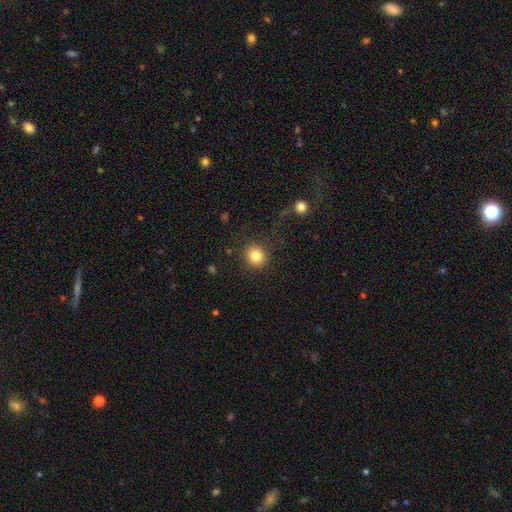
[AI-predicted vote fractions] Q: Smooth or featured?
A: smooth (83%); runner-up: star or artifact (10%)
Q: How rounded?
A: round (85%); runner-up: in between (14%)
Q: Merging?
A: none (87%); runner-up: minor disturbance (7%)